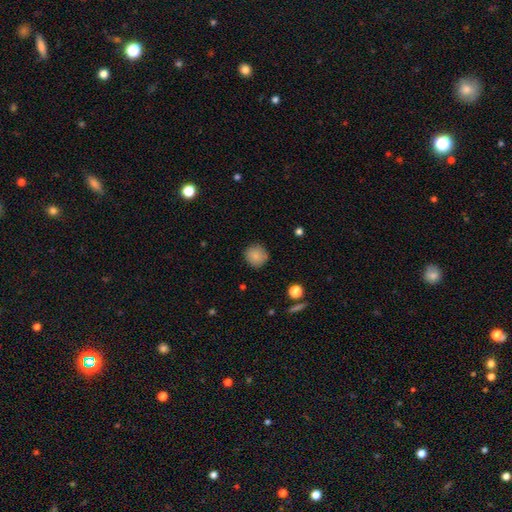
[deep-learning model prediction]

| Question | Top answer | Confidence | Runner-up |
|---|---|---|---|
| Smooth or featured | smooth | 86% | star or artifact (9%) |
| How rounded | round | 90% | in between (9%) |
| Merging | none | 86% | minor disturbance (11%) |